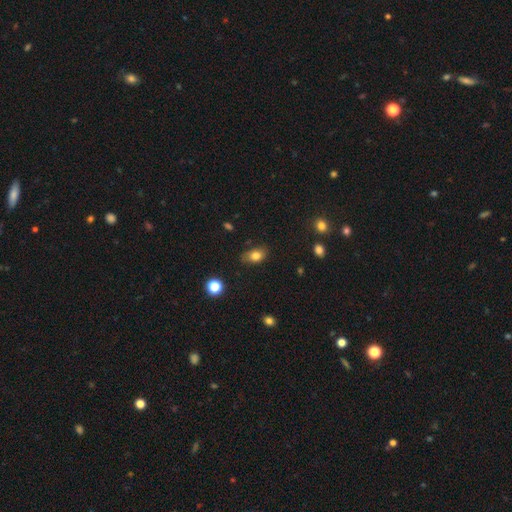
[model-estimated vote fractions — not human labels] The model was most divided on "merging": none: 74%, minor disturbance: 20%, major disturbance: 4%, merger: 2%. More confident: how rounded — in between (80%); smooth or featured — smooth (79%).